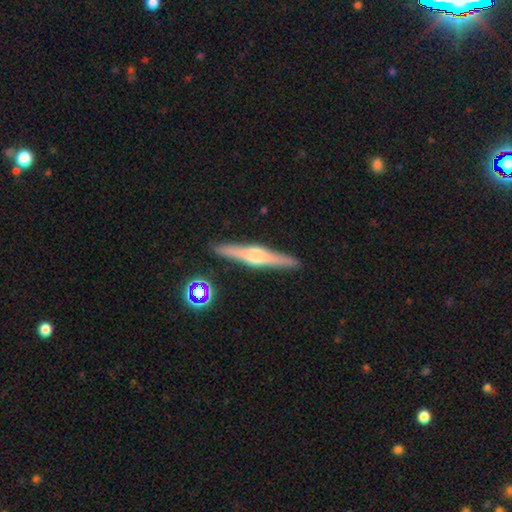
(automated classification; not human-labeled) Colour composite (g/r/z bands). It shows a featured or disk galaxy (72%) viewed edge-on (97%) with a rounded central bulge (85%). Merging: none (90%).